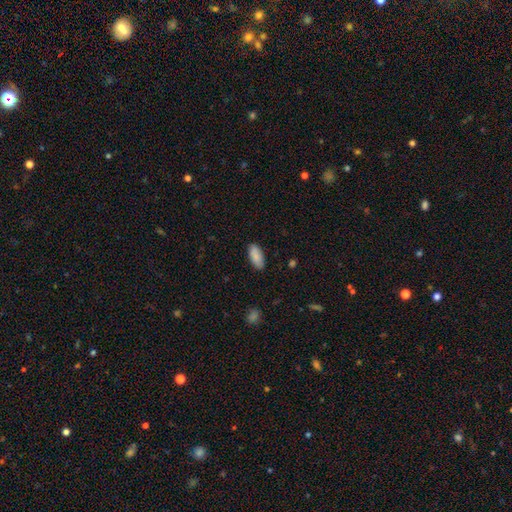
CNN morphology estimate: smooth-or-featured: smooth: 88% | star or artifact: 6% | featured or disk: 6%
  how-rounded: in between: 89% | cigar-shaped: 10% | round: 2%
  merging: none: 86% | minor disturbance: 10% | major disturbance: 2% | merger: 1%